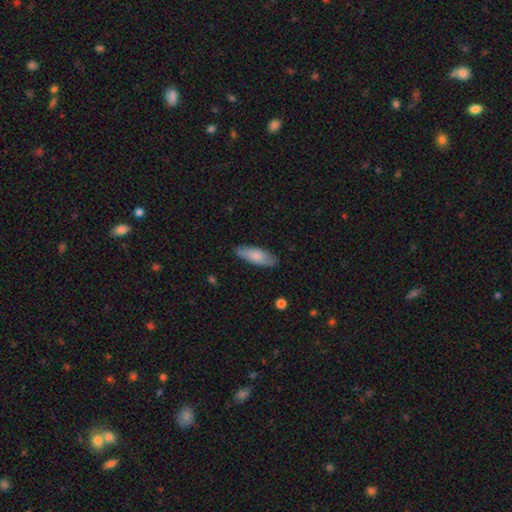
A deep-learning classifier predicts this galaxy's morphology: Smooth or featured: smooth — 78% (featured or disk — 16%)
How rounded: in between — 60% (cigar-shaped — 38%)
Merging: none — 84% (minor disturbance — 13%)